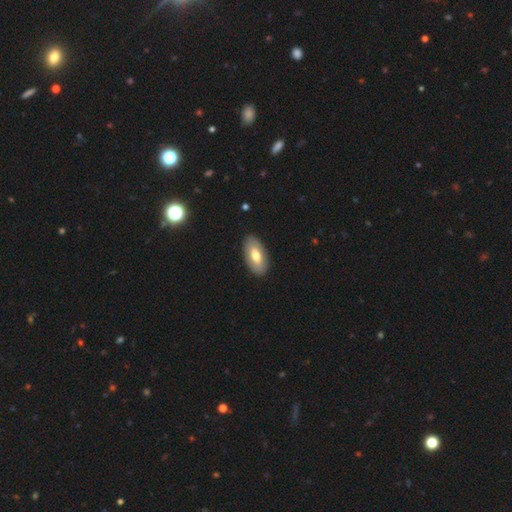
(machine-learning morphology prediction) A smooth galaxy with no disk features (63%) that is in between round and cigar-shaped (93%). Merging: none (88%).